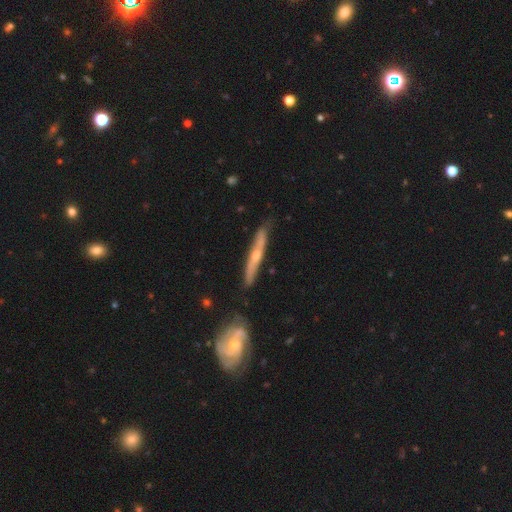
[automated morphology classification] A featured or disk galaxy (72%) viewed edge-on (88%) with a rounded central bulge (79%).

Vote fractions:
- Smooth or featured? featured or disk: 72% / smooth: 23% / star or artifact: 5%
- Edge-on disk? yes: 88% / no: 12%
- Edge-on bulge? rounded: 79% / none: 18% / boxy: 3%
- Merging? none: 80% / minor disturbance: 15% / merger: 3% / major disturbance: 3%